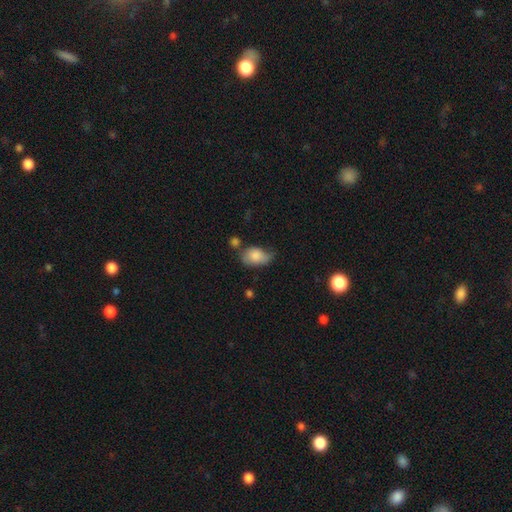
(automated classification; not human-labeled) smooth_or_featured: smooth (p=0.79) [alt: featured or disk p=0.13]
how_rounded: in between (p=0.85) [alt: round p=0.14]
merging: minor disturbance (p=0.39) [alt: none p=0.33]